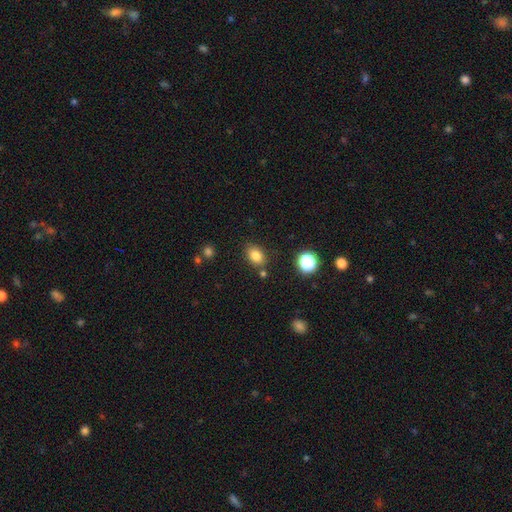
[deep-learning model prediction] This is clearly a smooth galaxy (82%). How rounded: likely in between (77%). Merging: likely none (79%).